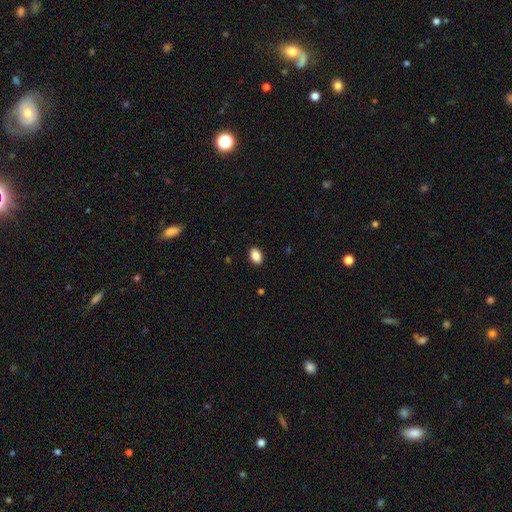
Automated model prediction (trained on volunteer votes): Q: Smooth or featured?
A: smooth (89%); runner-up: star or artifact (8%)
Q: How rounded?
A: in between (82%); runner-up: round (17%)
Q: Merging?
A: none (90%); runner-up: minor disturbance (7%)